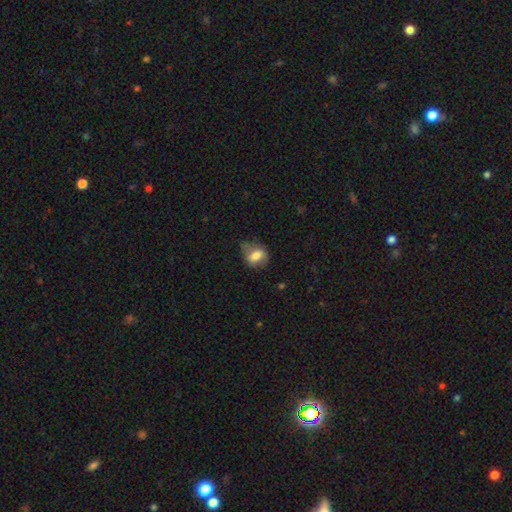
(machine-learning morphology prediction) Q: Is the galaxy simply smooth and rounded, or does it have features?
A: smooth — 72%.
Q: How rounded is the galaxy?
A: in between — 61%.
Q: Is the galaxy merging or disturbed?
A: none — 52%.